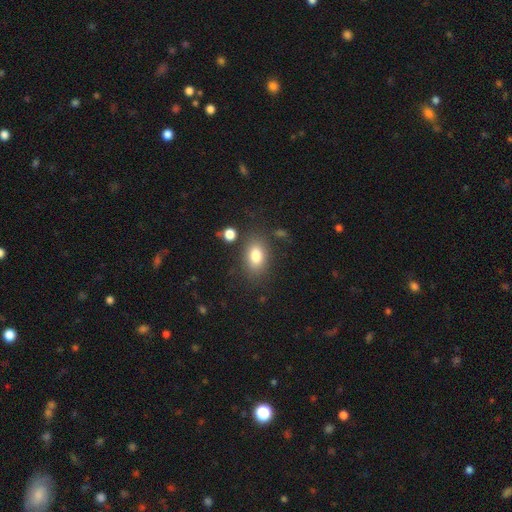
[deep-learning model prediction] The model was most divided on "merging": none: 78%, minor disturbance: 13%, major disturbance: 5%, merger: 4%. More confident: how rounded — in between (84%); smooth or featured — smooth (81%).